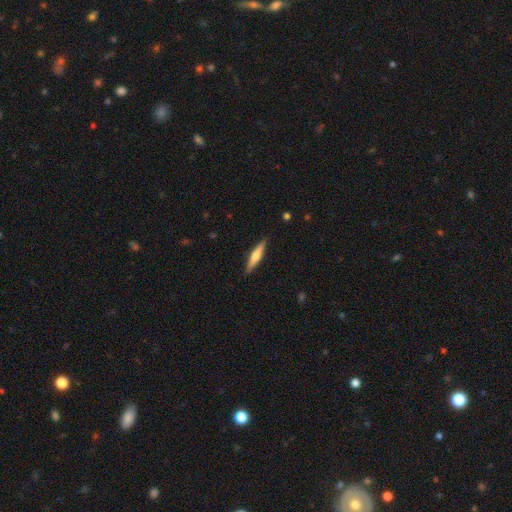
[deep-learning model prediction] This is possibly a featured or disk galaxy (49%). Merging: clearly none (90%).